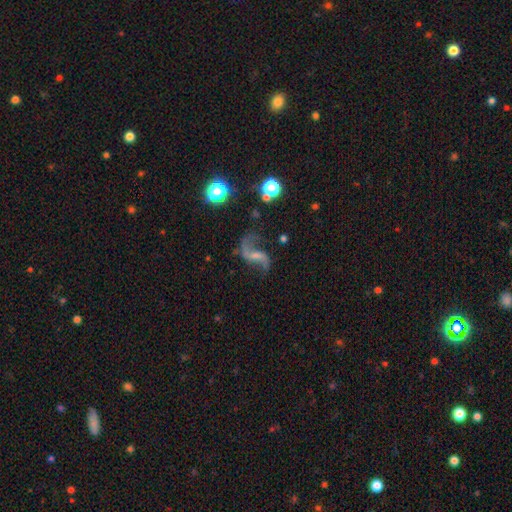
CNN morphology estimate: smooth_or_featured: featured or disk (p=0.84) [alt: star or artifact p=0.09]
disk_edge_on: no (p=0.97) [alt: yes p=0.03]
bar: weak (p=0.45) [alt: no p=0.33]
has_spiral_arms: yes (p=0.95) [alt: no p=0.05]
spiral_winding: loose (p=0.88) [alt: medium p=0.09]
spiral_arm_count: 2 (p=0.91) [alt: 1 p=0.04]
bulge_size: small (p=0.44) [alt: none p=0.35]
merging: none (p=0.66) [alt: minor disturbance p=0.16]